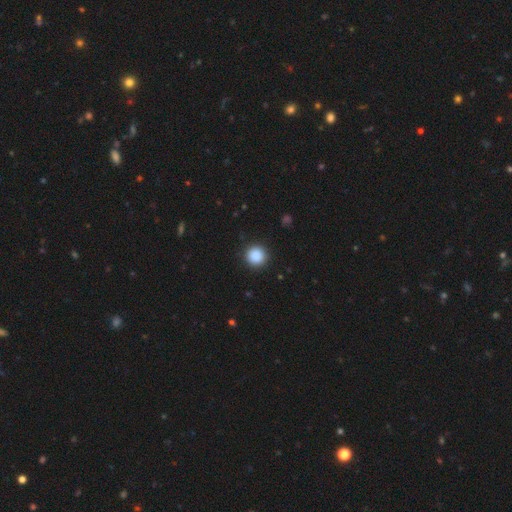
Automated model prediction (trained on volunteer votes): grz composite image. It shows a smooth galaxy with no disk features (88%) that is round (96%). Merging: none (92%).